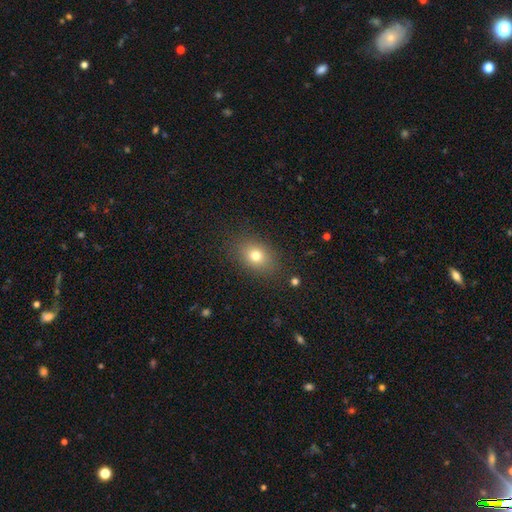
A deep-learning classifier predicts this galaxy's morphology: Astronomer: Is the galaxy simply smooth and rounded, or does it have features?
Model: smooth — 76%.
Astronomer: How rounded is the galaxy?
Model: in between — 68%.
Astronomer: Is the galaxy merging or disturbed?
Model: none — 85%.